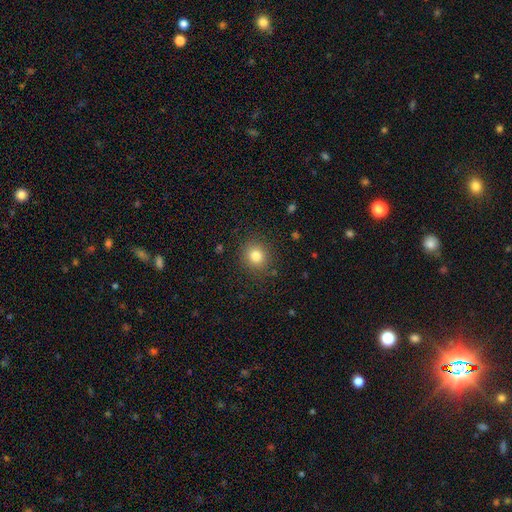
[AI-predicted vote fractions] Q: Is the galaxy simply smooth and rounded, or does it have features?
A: smooth — 80%.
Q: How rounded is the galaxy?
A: round — 86%.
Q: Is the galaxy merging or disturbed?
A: none — 88%.